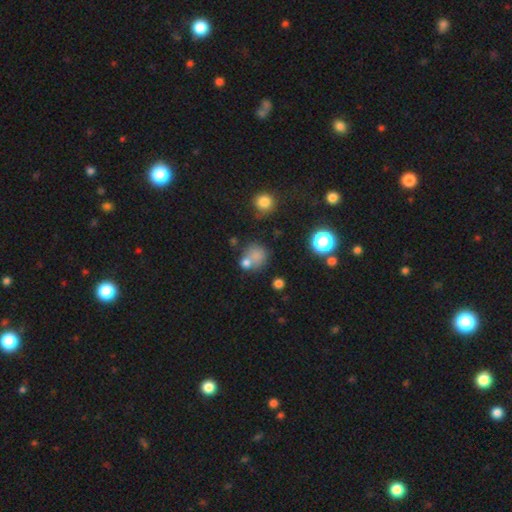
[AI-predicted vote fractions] Smooth or featured: smooth — 71% (star or artifact — 16%)
How rounded: round — 77% (in between — 22%)
Merging: none — 46% (merger — 31%)